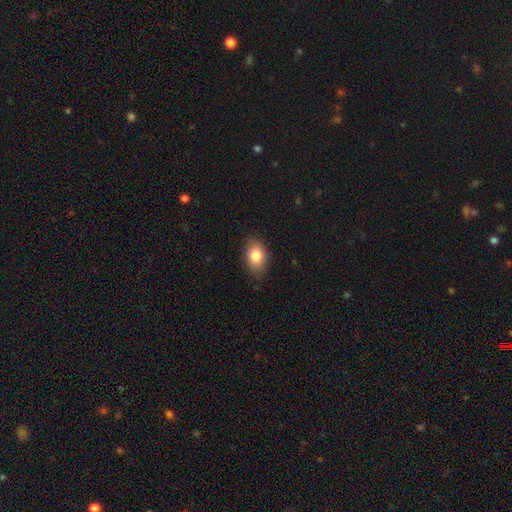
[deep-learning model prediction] Smooth or featured? smooth (84%)
How rounded? in between (84%)
Merging? none (81%)